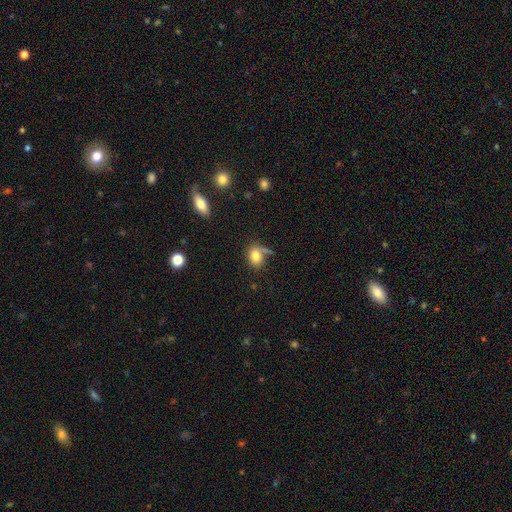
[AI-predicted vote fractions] Morphology: type=smooth (80%); roundness=in between (67%); merging=none (53%).